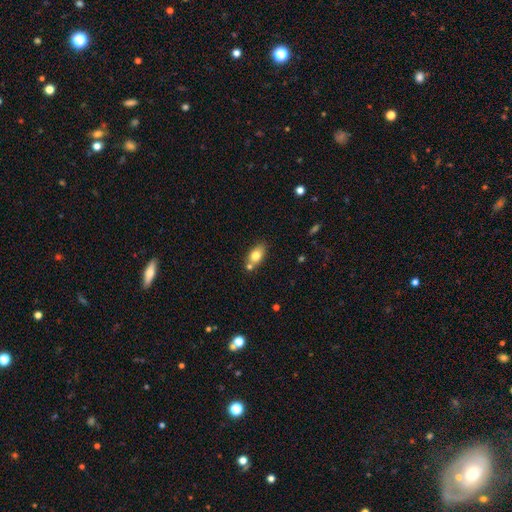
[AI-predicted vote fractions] A smooth galaxy with no disk features (76%) that is in between round and cigar-shaped (83%). Merging: none (62%).